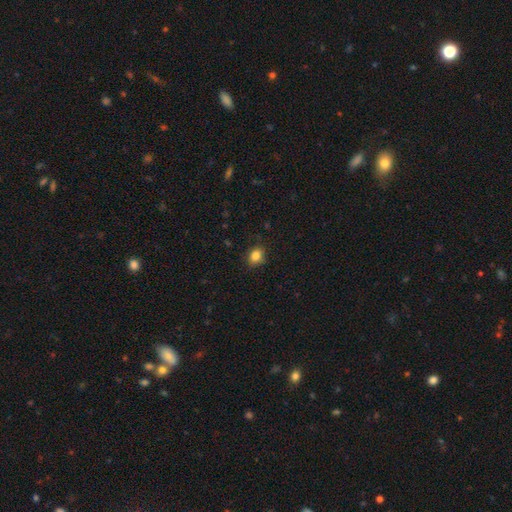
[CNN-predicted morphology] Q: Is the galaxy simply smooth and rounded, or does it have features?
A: smooth — 84%.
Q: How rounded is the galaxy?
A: round — 52%.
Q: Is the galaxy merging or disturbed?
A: none — 82%.